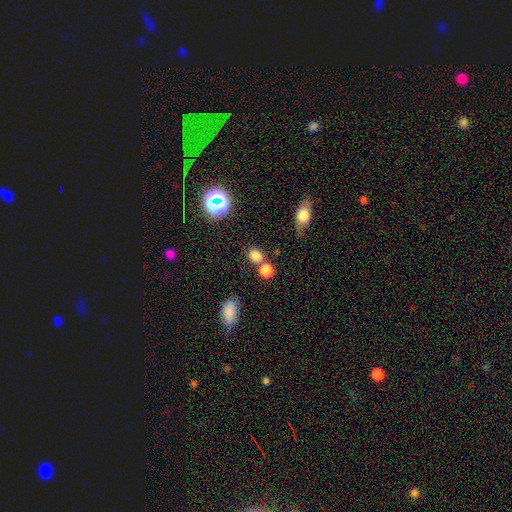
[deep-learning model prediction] smooth_or_featured: smooth (p=0.78) [alt: star or artifact p=0.16]
how_rounded: round (p=0.58) [alt: in between p=0.40]
merging: none (p=0.66) [alt: merger p=0.19]